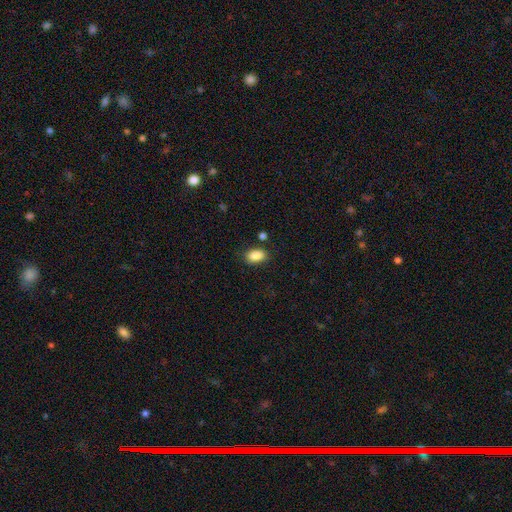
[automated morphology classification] A smooth galaxy with no disk features (87%) that is in between round and cigar-shaped (88%). Merging: none (82%).